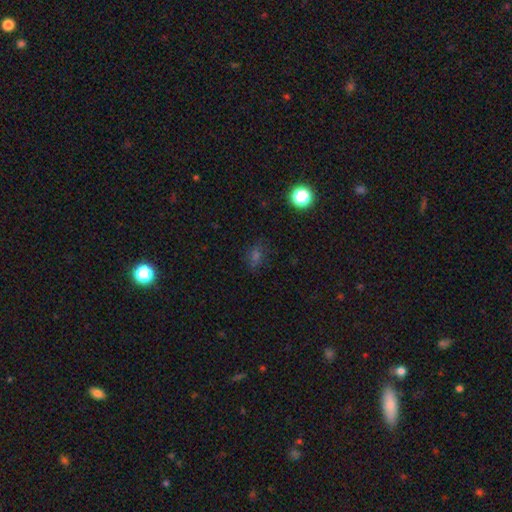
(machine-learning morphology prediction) This appears to be a smooth galaxy with no disk features (52%) that is in between round and cigar-shaped (60%). Merging: none (76%).